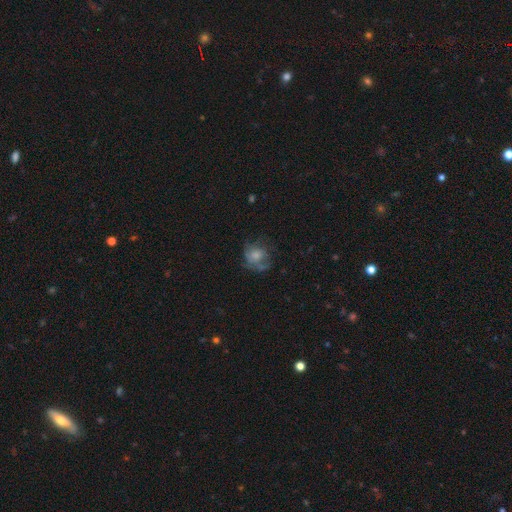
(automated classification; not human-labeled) A smooth galaxy with no disk features (45%).

Vote fractions:
- Smooth or featured? smooth: 45% / featured or disk: 44% / star or artifact: 11%
- Merging? none: 52% / major disturbance: 23% / minor disturbance: 22% / merger: 3%